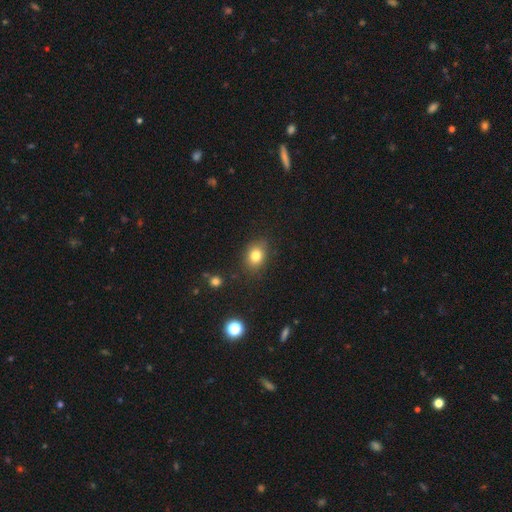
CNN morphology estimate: This is clearly a smooth galaxy (80%). How rounded: possibly in between (58%). Merging: clearly none (83%).